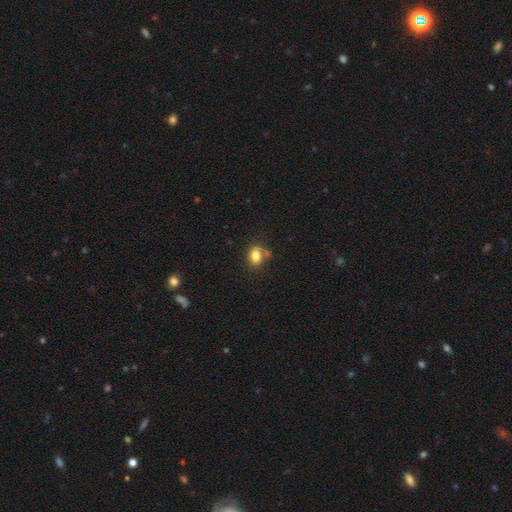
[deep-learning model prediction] A smooth galaxy with no disk features (82%) that is in between round and cigar-shaped (71%). Merging: none (67%).